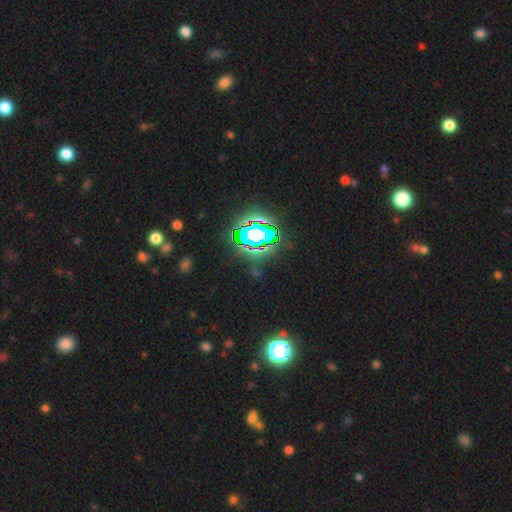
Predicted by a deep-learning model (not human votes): Smooth or featured? star or artifact (83%)